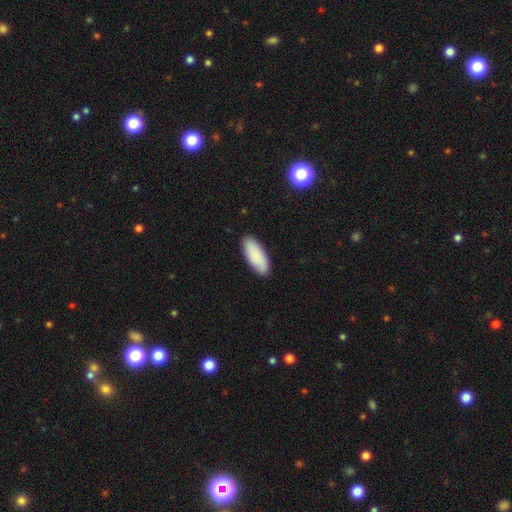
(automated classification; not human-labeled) Overall: smooth (88%). How rounded: in between (81%). Merging: none (88%).